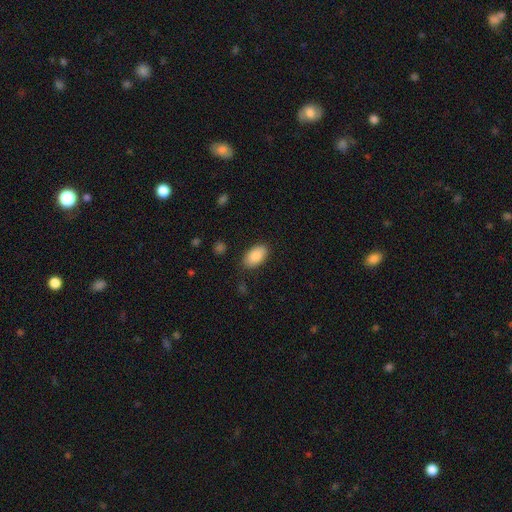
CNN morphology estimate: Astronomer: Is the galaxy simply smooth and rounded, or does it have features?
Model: smooth — 87%.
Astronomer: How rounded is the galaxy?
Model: in between — 94%.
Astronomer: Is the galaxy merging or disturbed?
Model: none — 84%.